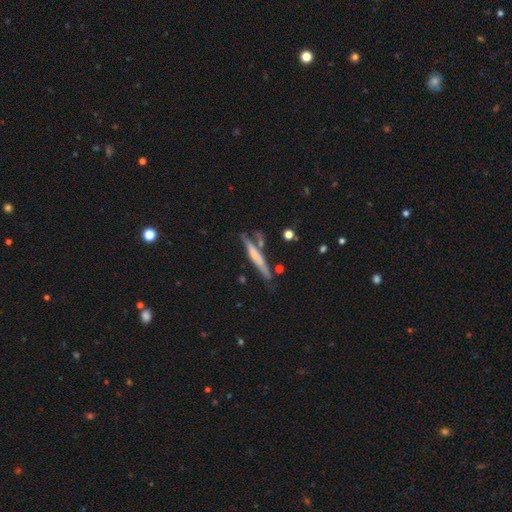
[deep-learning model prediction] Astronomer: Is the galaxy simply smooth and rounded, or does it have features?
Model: featured or disk — 50% (runner-up: smooth, 44%).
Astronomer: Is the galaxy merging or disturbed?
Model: none — 66%.